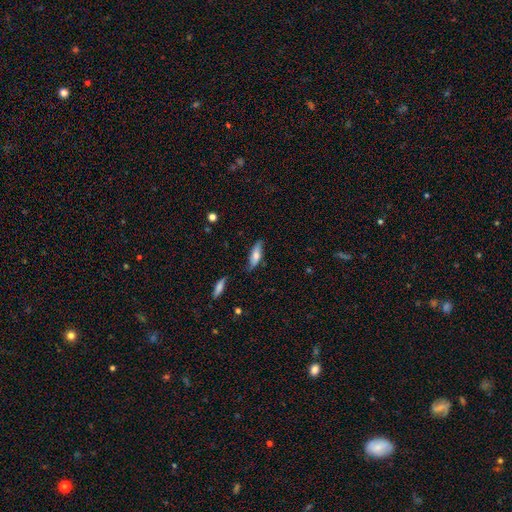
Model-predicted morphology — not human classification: Q: Smooth or featured?
A: smooth (58%); runner-up: featured or disk (35%)
Q: How rounded?
A: in between (61%); runner-up: cigar-shaped (37%)
Q: Merging?
A: none (64%); runner-up: minor disturbance (27%)